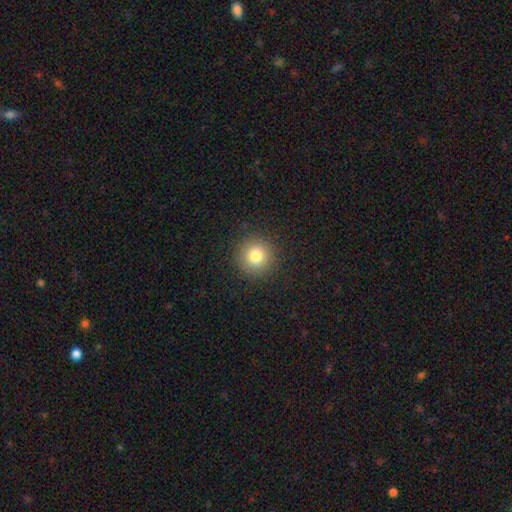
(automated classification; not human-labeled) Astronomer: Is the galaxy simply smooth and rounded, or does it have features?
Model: smooth — 81%.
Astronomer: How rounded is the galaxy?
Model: round — 95%.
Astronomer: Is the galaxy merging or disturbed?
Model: none — 91%.